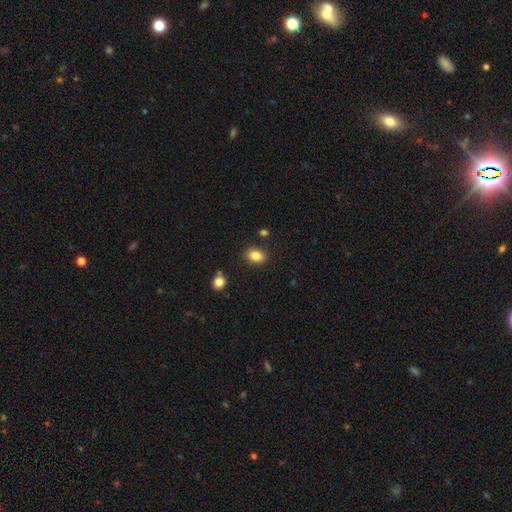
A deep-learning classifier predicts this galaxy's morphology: Overall: smooth (84%). How rounded: in between (67%; round 32%). Merging: none (86%).